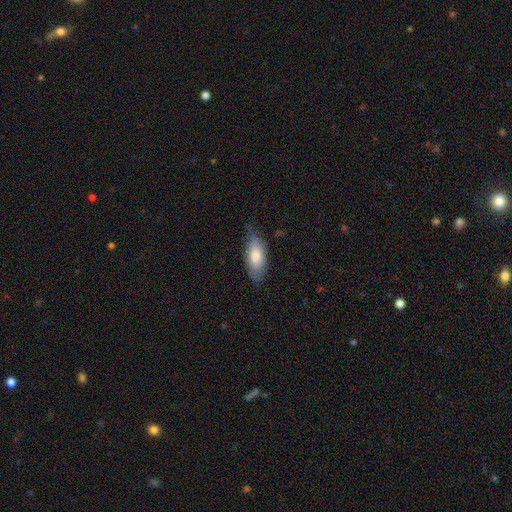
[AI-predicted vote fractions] The model was most divided on "merging": none: 69%, minor disturbance: 26%, major disturbance: 4%, merger: 1%. More confident: how rounded — in between (81%); smooth or featured — smooth (75%).